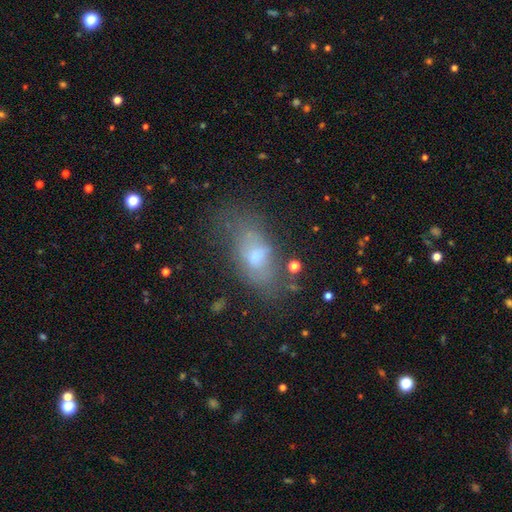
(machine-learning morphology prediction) Overall: smooth (57%; featured or disk 32%). How rounded: in between (86%). Merging: none (51%; minor disturbance 26%).